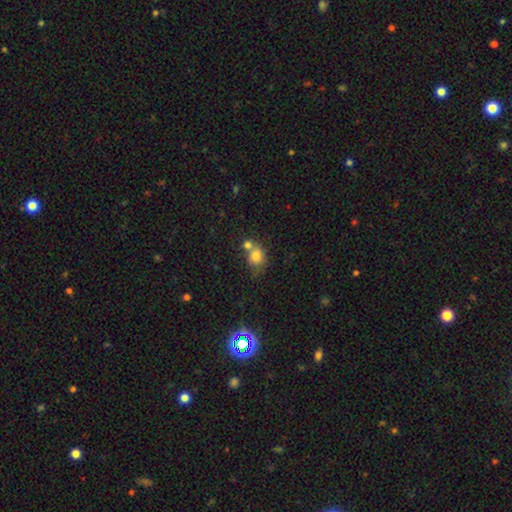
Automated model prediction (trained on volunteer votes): Smooth or featured? Predicted: smooth (p=0.78). How rounded? Predicted: round (p=0.64). Merging? Predicted: merger (p=0.46).